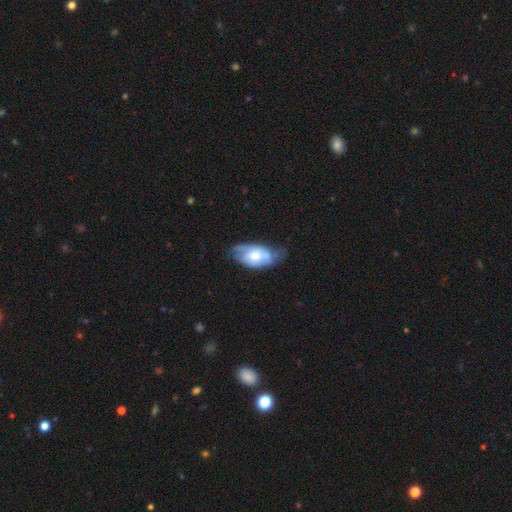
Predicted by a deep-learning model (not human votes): The model was most divided on "smooth or featured": featured or disk: 50%, smooth: 44%, star or artifact: 6%. Remaining: merging — none (47%).